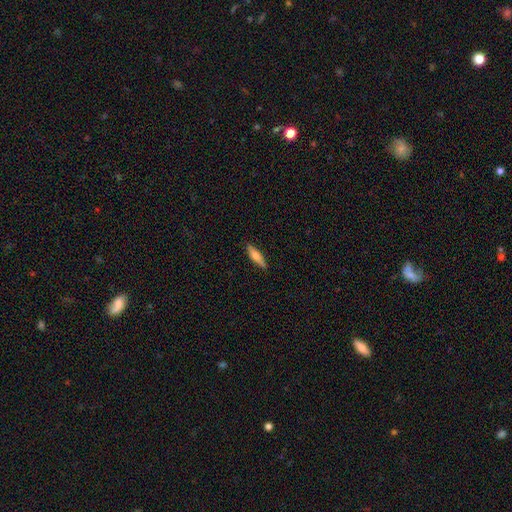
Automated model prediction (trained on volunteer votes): Smooth or featured?
  - smooth: 63% *
  - featured or disk: 31%
  - star or artifact: 6%
How rounded?
  - cigar-shaped: 73% *
  - in between: 25%
  - round: 2%
Merging?
  - none: 88% *
  - minor disturbance: 9%
  - major disturbance: 2%
  - merger: 1%